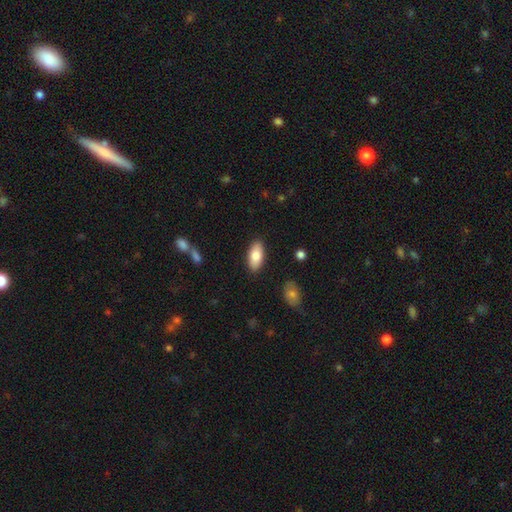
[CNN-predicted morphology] Smooth or featured? Predicted: smooth (p=0.82). How rounded? Predicted: in between (p=0.90). Merging? Predicted: none (p=0.88).